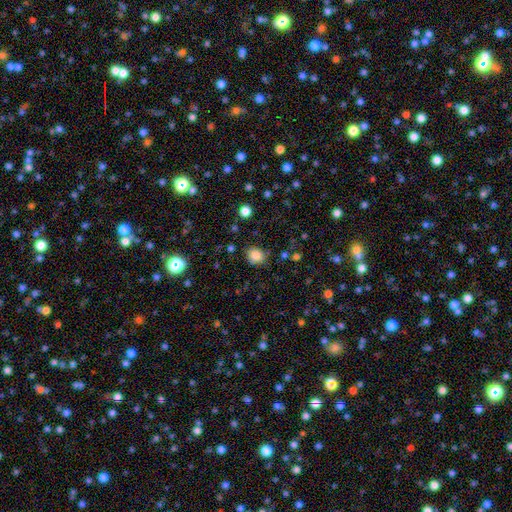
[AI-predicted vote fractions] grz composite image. It shows a smooth galaxy with no disk features (84%) that is round (64%). Merging: none (81%).